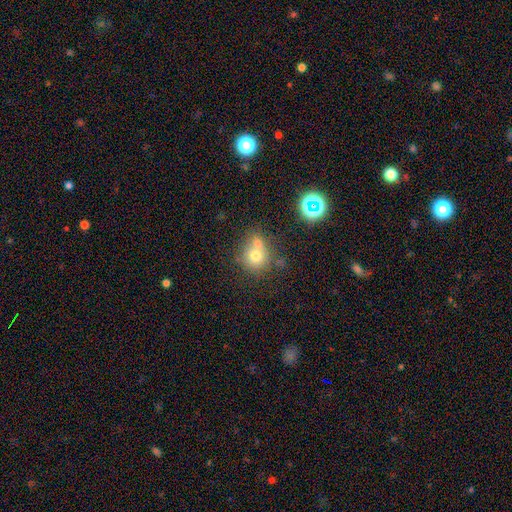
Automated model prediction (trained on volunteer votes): smooth_or_featured: smooth (p=0.69) [alt: featured or disk p=0.16]
how_rounded: round (p=0.84) [alt: in between p=0.15]
merging: merger (p=0.45) [alt: none p=0.41]